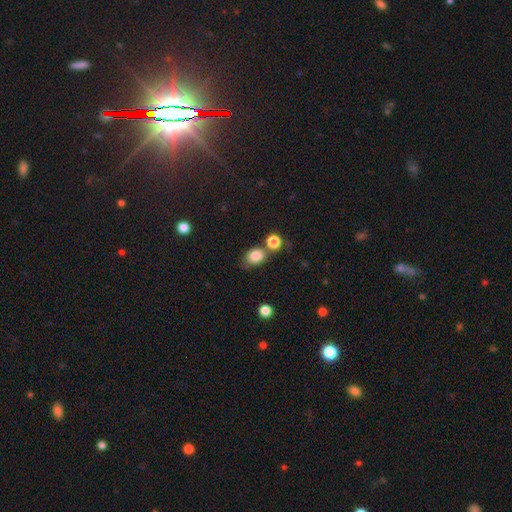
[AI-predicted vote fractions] This appears to be a smooth galaxy with no disk features (84%) that is in between round and cigar-shaped (55%). Merging: none (57%).